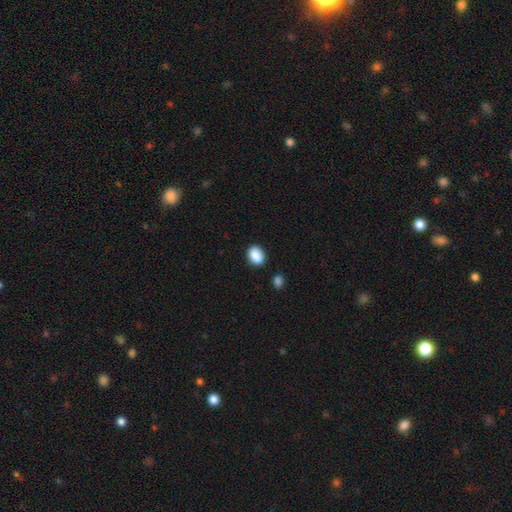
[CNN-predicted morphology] Q: Smooth or featured?
A: smooth (89%); runner-up: star or artifact (8%)
Q: How rounded?
A: in between (74%); runner-up: round (25%)
Q: Merging?
A: none (83%); runner-up: minor disturbance (11%)